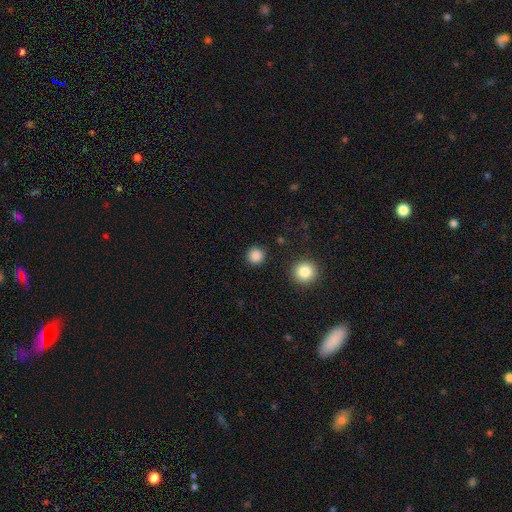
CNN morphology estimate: A smooth galaxy with no disk features (86%) that is round (95%).

Vote fractions:
- Smooth or featured? smooth: 86% / star or artifact: 11% / featured or disk: 3%
- How rounded? round: 95% / in between: 4% / cigar-shaped: 1%
- Merging? none: 91% / minor disturbance: 5% / major disturbance: 2% / merger: 2%